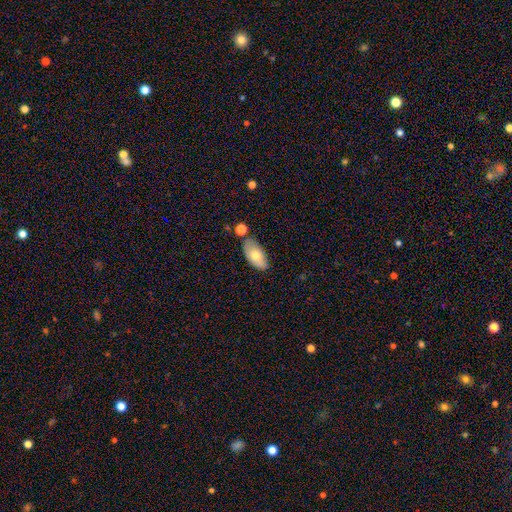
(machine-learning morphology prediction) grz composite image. It shows a smooth galaxy with no disk features (70%) that is in between round and cigar-shaped (93%). Merging: none (68%).